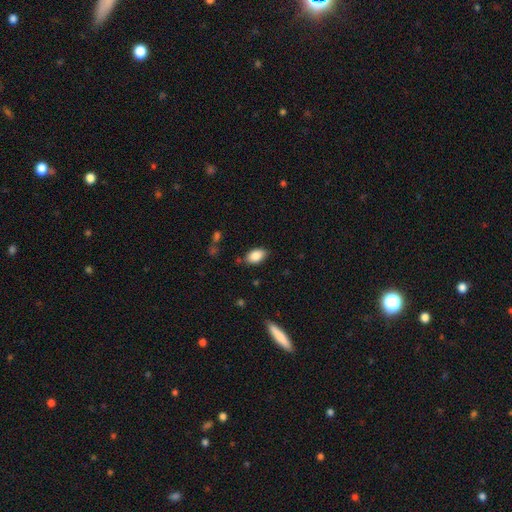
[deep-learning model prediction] The model was most divided on "merging": none: 82%, minor disturbance: 13%, major disturbance: 3%, merger: 2%. More confident: how rounded — in between (93%); smooth or featured — smooth (87%).